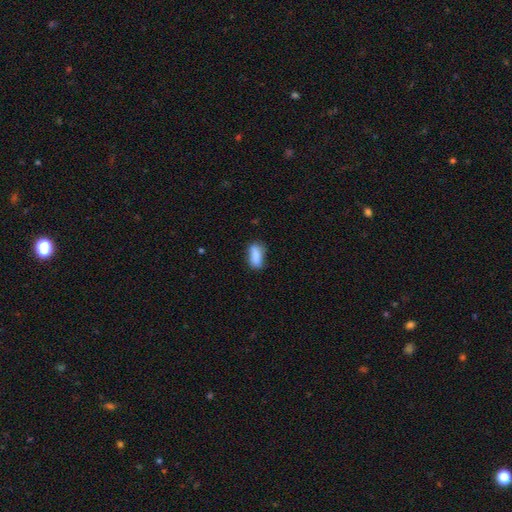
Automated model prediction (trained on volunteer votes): Overall: smooth (84%). How rounded: in between (82%). Merging: none (62%; minor disturbance 27%).